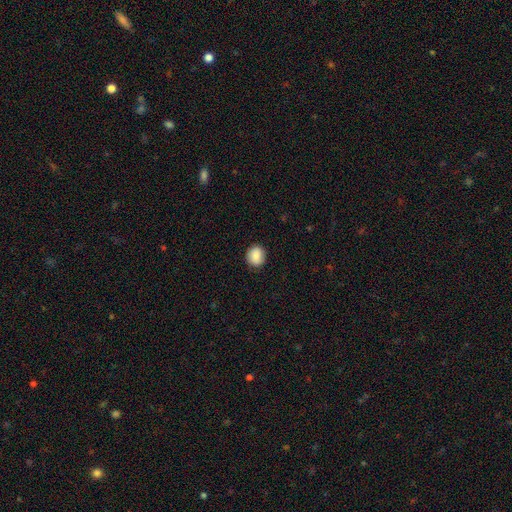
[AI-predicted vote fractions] Smooth or featured? Predicted: smooth (p=0.86). How rounded? Predicted: round (p=0.78). Merging? Predicted: none (p=0.88).